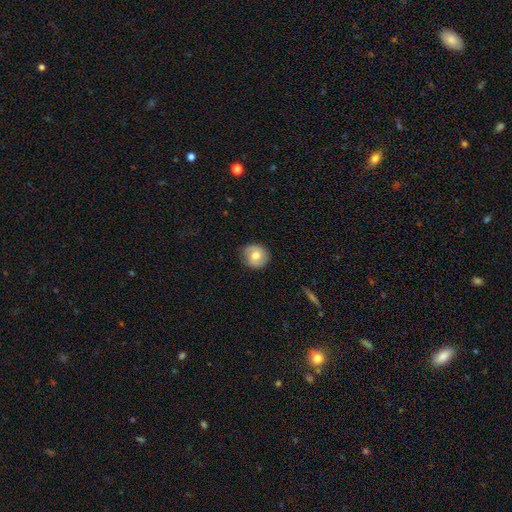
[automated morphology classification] smooth 61%, featured or disk 31%, star or artifact 8%. Down the decision tree: how rounded — round (87%); merging — none (82%).